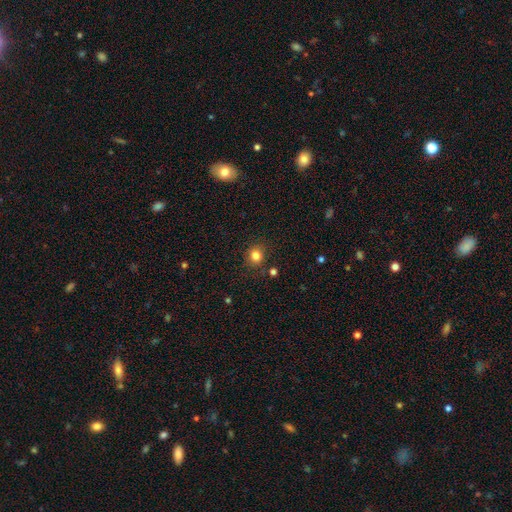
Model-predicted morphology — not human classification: This is clearly a smooth galaxy (82%). How rounded: clearly round (83%). Merging: clearly none (86%).